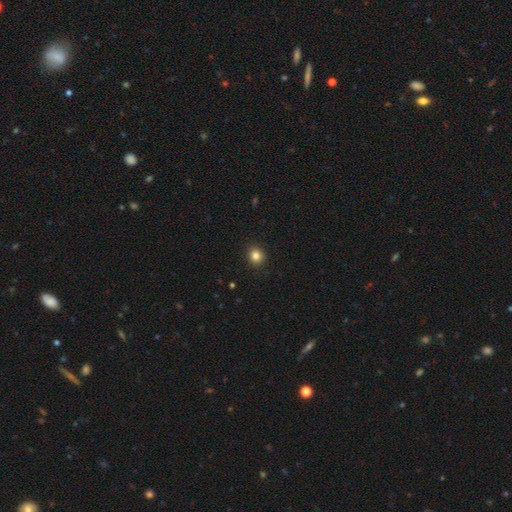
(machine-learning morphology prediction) This is clearly a smooth galaxy (84%). How rounded: clearly round (82%). Merging: clearly none (92%).